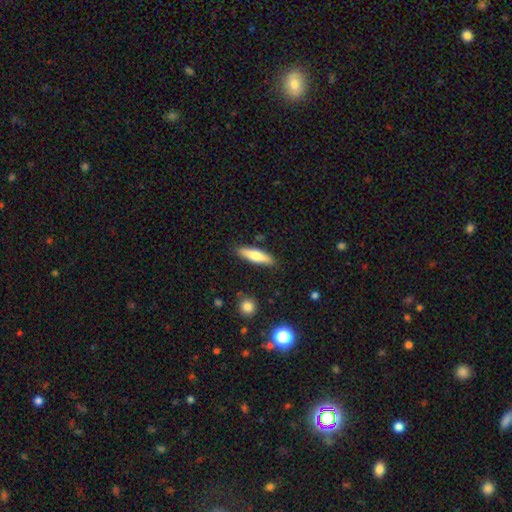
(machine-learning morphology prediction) This appears to be a smooth galaxy with no disk features (68%) that is cigar-shaped (65%). Merging: none (86%).